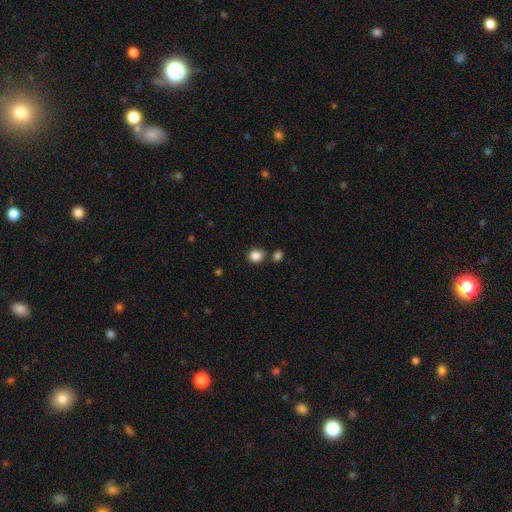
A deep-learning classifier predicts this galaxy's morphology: This appears to be a smooth galaxy with no disk features (86%) that is round (75%). Merging: none (74%).